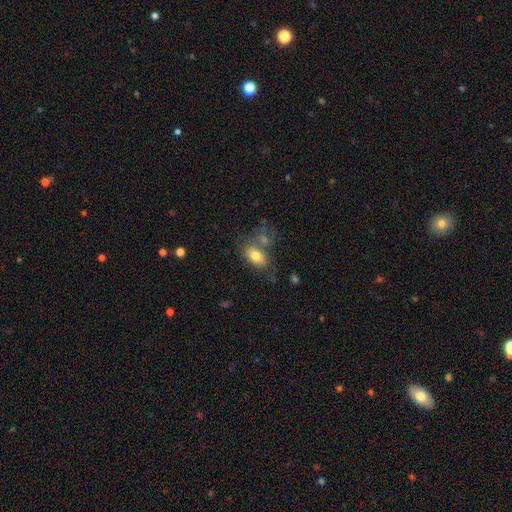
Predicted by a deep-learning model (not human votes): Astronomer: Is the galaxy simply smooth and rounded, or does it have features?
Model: smooth — 77%.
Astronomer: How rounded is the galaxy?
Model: in between — 88%.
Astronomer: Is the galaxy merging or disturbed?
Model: none — 46% (runner-up: merger, 28%).